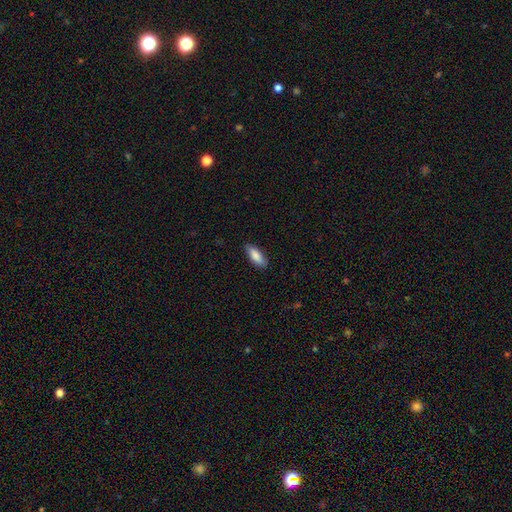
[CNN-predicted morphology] Smooth or featured: smooth — 87% (featured or disk — 8%)
How rounded: in between — 74% (cigar-shaped — 24%)
Merging: none — 85% (minor disturbance — 12%)